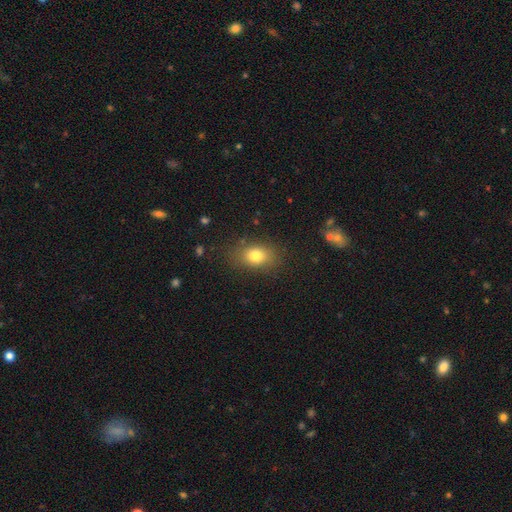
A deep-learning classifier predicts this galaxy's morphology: This appears to be a smooth galaxy with no disk features (78%) that is in between round and cigar-shaped (72%). Merging: none (81%).